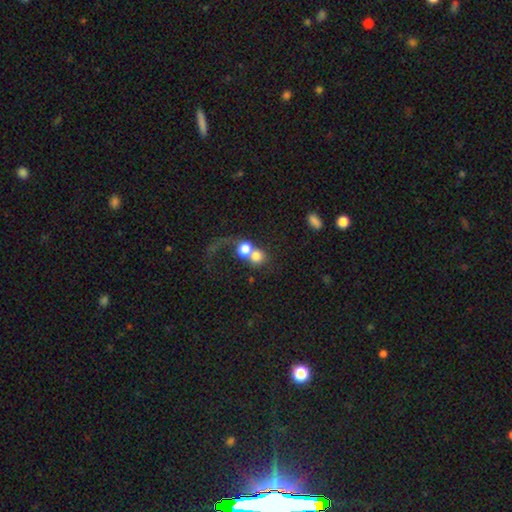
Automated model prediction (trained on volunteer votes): Smooth or featured? smooth (71%)
How rounded? round (80%)
Merging? merger (64%)